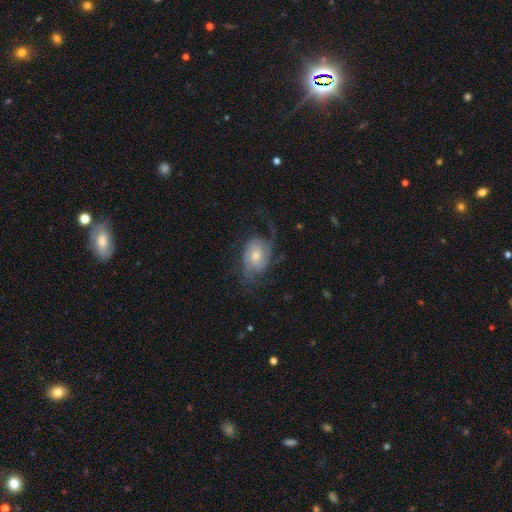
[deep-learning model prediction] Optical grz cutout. It shows a featured or disk galaxy (71%) with no bar (65%), 2 (44%) medium (40%, tied with loose) spiral arms (91%) and a moderate central bulge (55%). Merging: none (51%).